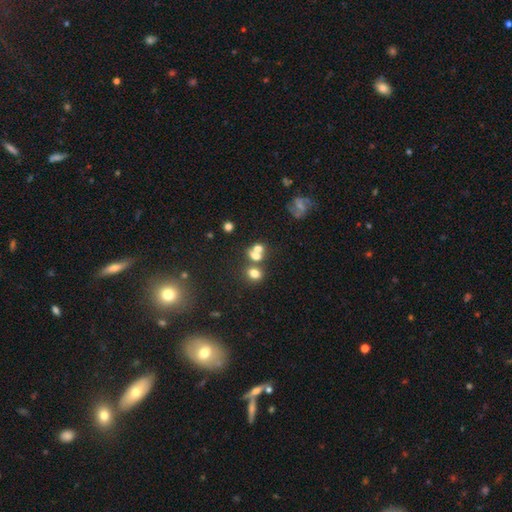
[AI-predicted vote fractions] Morphology: type=smooth (64%); roundness=round (56%); merging=merger (45%).